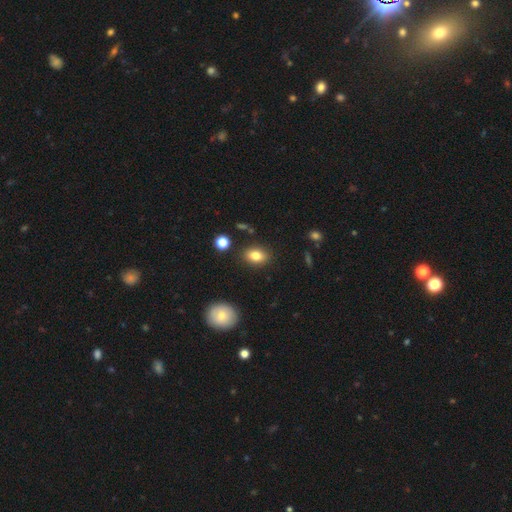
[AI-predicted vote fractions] smooth 82%, star or artifact 10%, featured or disk 9%. Down the decision tree: how rounded — in between (77%); merging — none (86%).